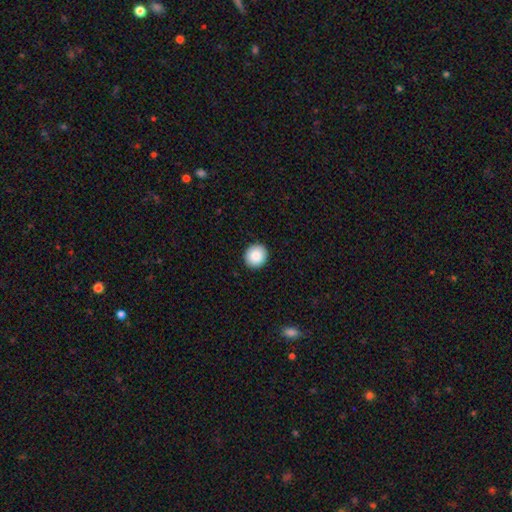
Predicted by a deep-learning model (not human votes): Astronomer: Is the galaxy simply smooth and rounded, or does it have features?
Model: smooth — 88%.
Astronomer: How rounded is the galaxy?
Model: round — 91%.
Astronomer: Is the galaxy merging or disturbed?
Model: none — 93%.